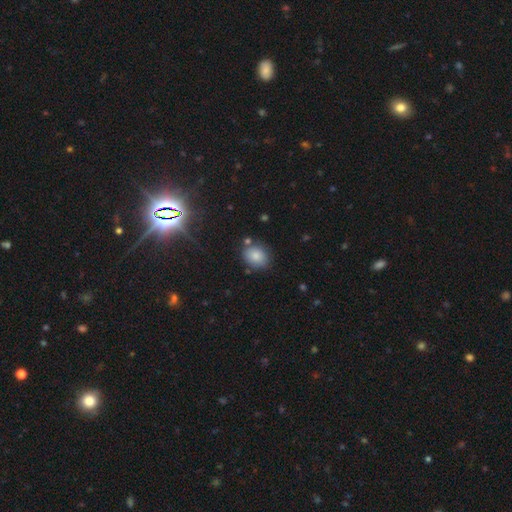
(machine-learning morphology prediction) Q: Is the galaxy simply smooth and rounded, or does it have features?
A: smooth — 82%.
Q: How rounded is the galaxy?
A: round — 52%.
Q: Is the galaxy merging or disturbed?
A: none — 78%.